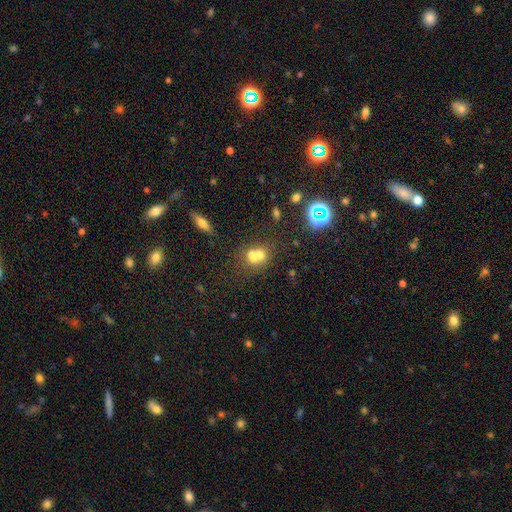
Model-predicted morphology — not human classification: smooth-or-featured: smooth: 61% | featured or disk: 21% | star or artifact: 18%
  how-rounded: round: 65% | in between: 33% | cigar-shaped: 1%
  merging: merger: 61% | none: 29% | minor disturbance: 6% | major disturbance: 4%